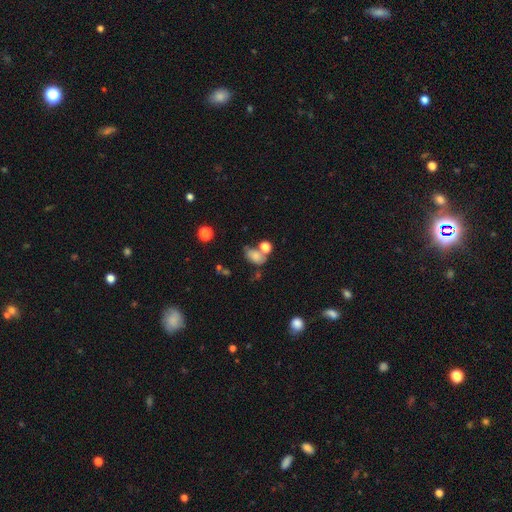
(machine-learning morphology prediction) type=smooth (72%); roundness=in between (78%); merging=none (40%).